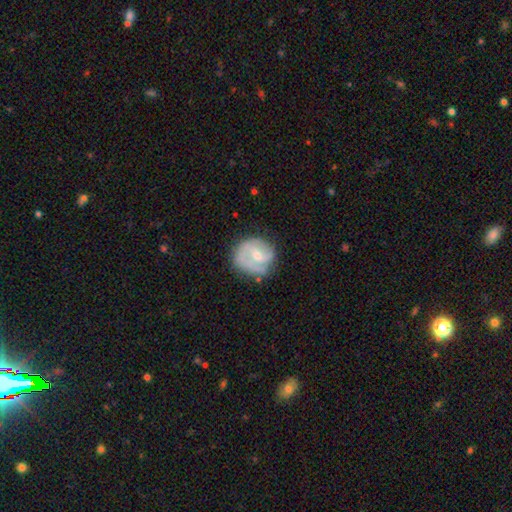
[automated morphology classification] A featured or disk galaxy (64%) with a weak bar (47%), 2 (43%) tight (41%) spiral arms (82%) and a small central bulge (53%). Merging: none (59%).